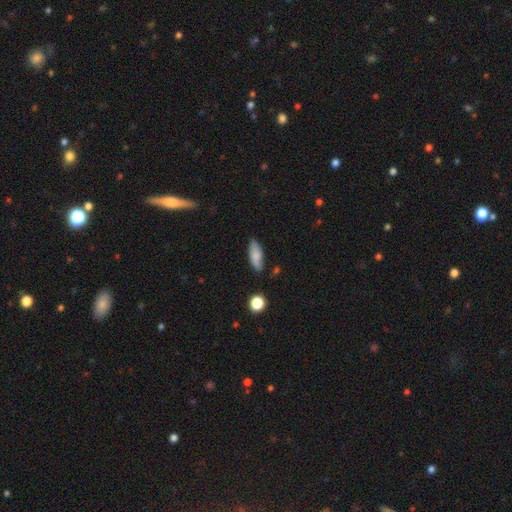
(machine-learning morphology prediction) type=smooth (80%); roundness=in between (77%); merging=none (77%).